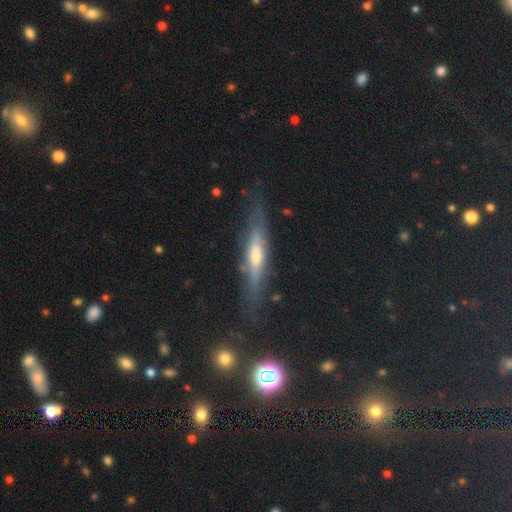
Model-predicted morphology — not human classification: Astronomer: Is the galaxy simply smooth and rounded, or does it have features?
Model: featured or disk — 63%.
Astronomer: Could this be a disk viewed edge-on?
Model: yes — 81%.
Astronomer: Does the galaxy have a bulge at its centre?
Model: rounded — 66%.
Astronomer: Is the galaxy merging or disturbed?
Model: none — 74%.